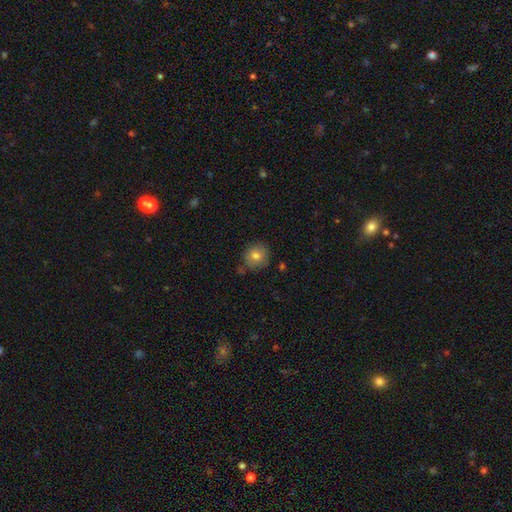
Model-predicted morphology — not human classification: Smooth or featured: smooth — 78% (featured or disk — 13%)
How rounded: round — 84% (in between — 15%)
Merging: none — 76% (minor disturbance — 16%)